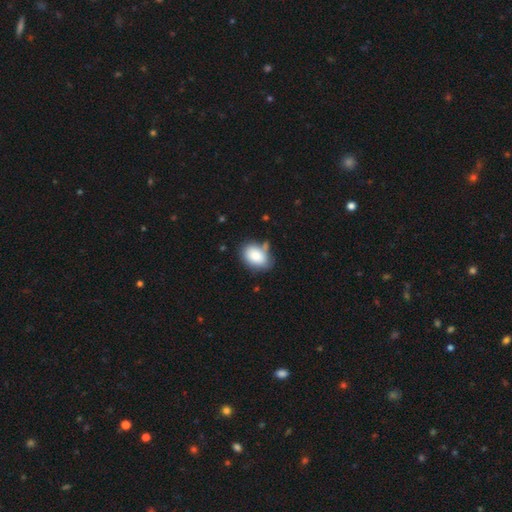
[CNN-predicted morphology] smooth_or_featured: smooth (p=0.85) [alt: featured or disk p=0.08]
how_rounded: in between (p=0.83) [alt: round p=0.16]
merging: none (p=0.66) [alt: minor disturbance p=0.22]